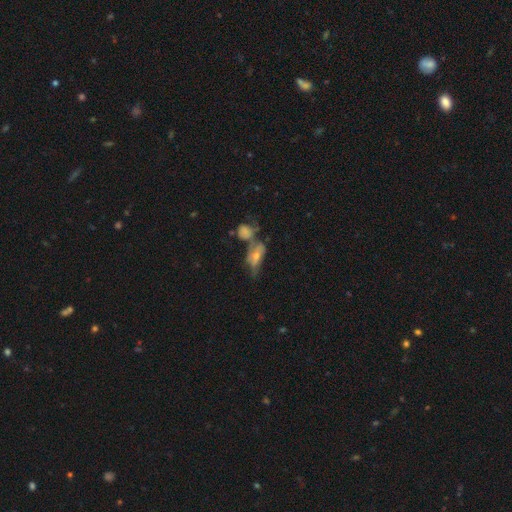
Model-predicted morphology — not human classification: This is possibly a featured or disk galaxy (48%). Merging: marginally merger (40%).